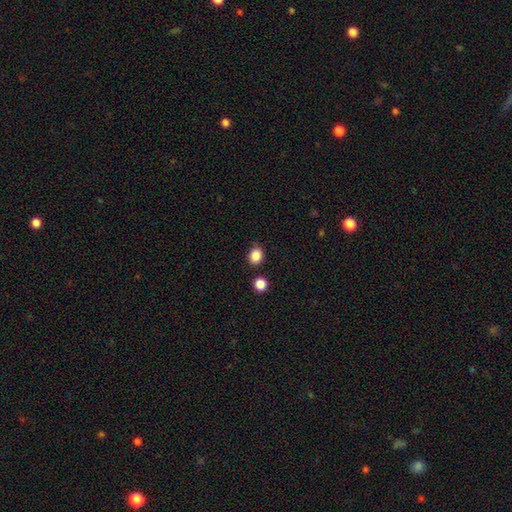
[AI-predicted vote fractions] This appears to be a smooth galaxy with no disk features (86%) that is round (61%). Merging: none (77%).